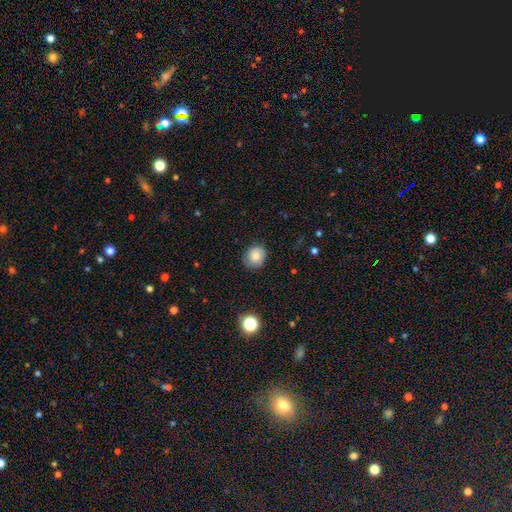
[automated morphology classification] Smooth or featured?
  - smooth: 82% *
  - star or artifact: 10%
  - featured or disk: 8%
How rounded?
  - round: 70% *
  - in between: 29%
  - cigar-shaped: 1%
Merging?
  - none: 85% *
  - minor disturbance: 12%
  - major disturbance: 3%
  - merger: 1%